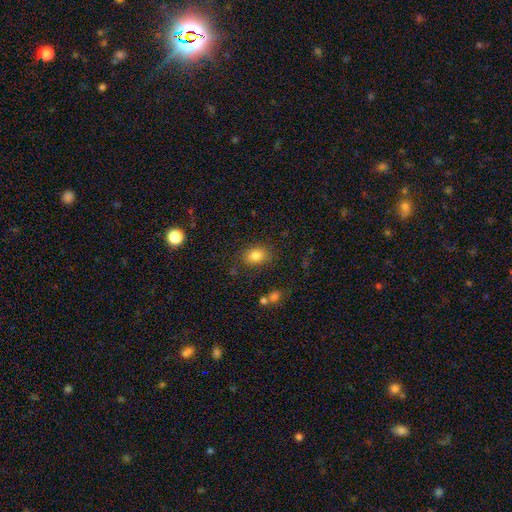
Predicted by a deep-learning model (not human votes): A smooth galaxy with no disk features (82%) that is in between round and cigar-shaped (61%). Merging: none (81%).